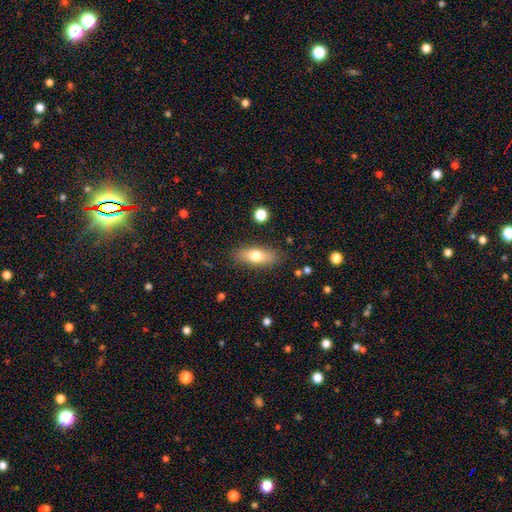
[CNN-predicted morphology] Smooth or featured?
  - smooth: 68% *
  - featured or disk: 25%
  - star or artifact: 7%
How rounded?
  - in between: 66% *
  - cigar-shaped: 30%
  - round: 4%
Merging?
  - none: 84% *
  - minor disturbance: 11%
  - major disturbance: 3%
  - merger: 2%